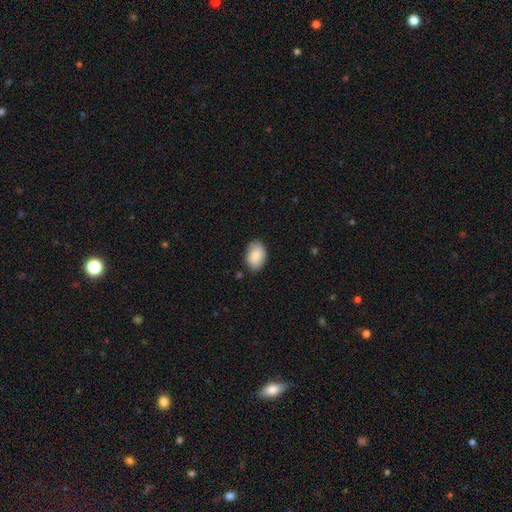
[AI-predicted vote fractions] Smooth or featured? Predicted: smooth (p=0.87). How rounded? Predicted: in between (p=0.86). Merging? Predicted: none (p=0.80).